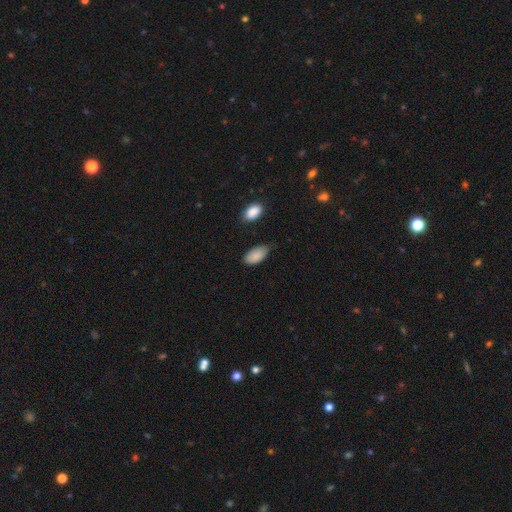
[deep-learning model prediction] smooth-or-featured: smooth: 88% | star or artifact: 7% | featured or disk: 5%
  how-rounded: in between: 95% | round: 3% | cigar-shaped: 2%
  merging: none: 65% | minor disturbance: 28% | major disturbance: 4% | merger: 3%